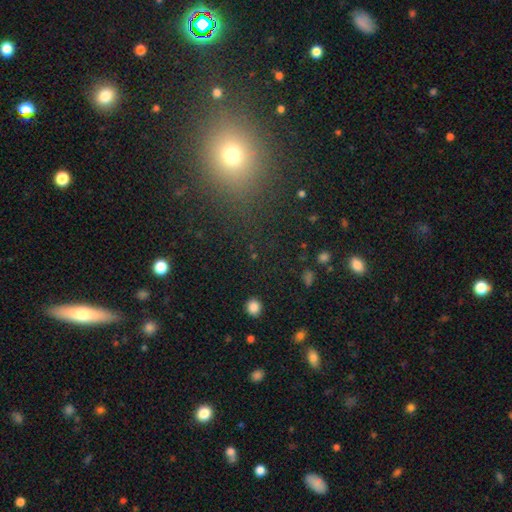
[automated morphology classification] This appears to be a smooth galaxy with no disk features (48%). Merging: none (87%).